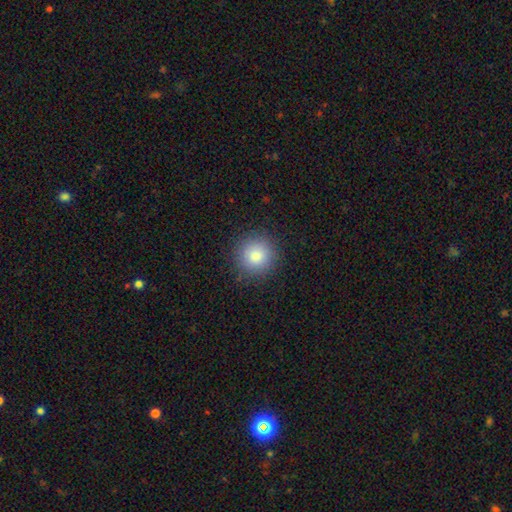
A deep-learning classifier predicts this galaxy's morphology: The model was most divided on "smooth or featured": smooth: 84%, star or artifact: 10%, featured or disk: 6%. More confident: how rounded — round (94%); merging — none (90%).